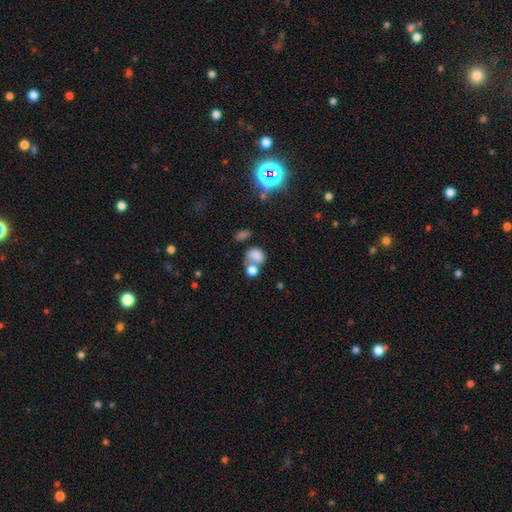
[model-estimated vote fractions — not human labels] A smooth galaxy with no disk features (74%) that is in between round and cigar-shaped (60%).

Vote fractions:
- Smooth or featured? smooth: 74% / star or artifact: 15% / featured or disk: 11%
- How rounded? in between: 60% / round: 39% / cigar-shaped: 1%
- Merging? merger: 46% / none: 32% / minor disturbance: 13% / major disturbance: 9%